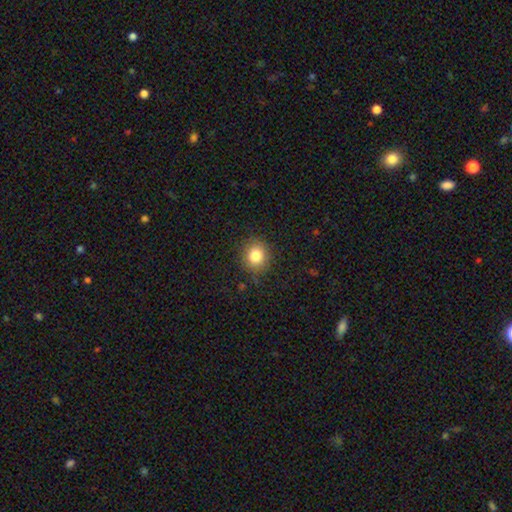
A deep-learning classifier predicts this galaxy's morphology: Overall: smooth (82%). How rounded: round (84%). Merging: none (87%).